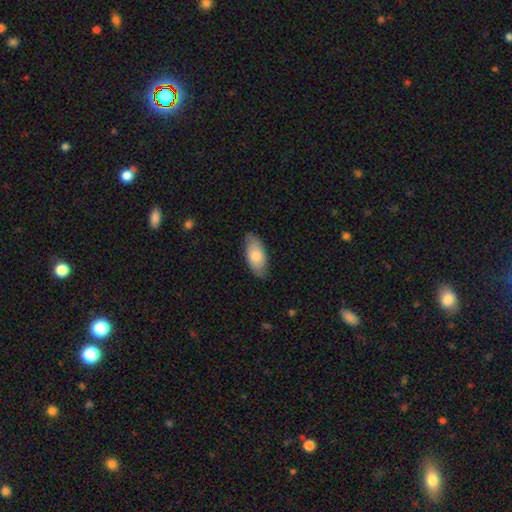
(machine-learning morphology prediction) Smooth or featured: smooth — 78% (featured or disk — 16%)
How rounded: in between — 90% (cigar-shaped — 8%)
Merging: none — 79% (minor disturbance — 17%)